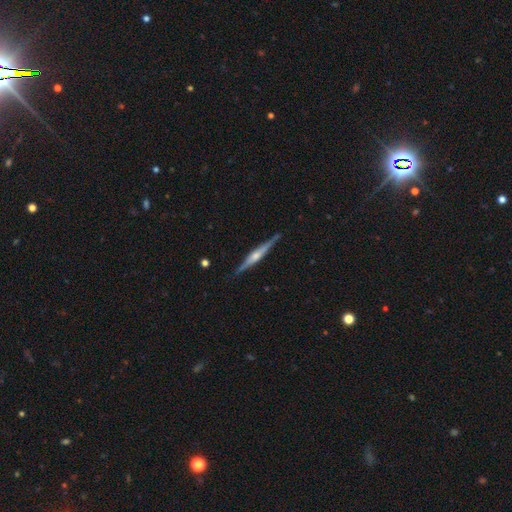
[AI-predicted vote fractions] Overall: featured or disk (74%). Edge-on disk: yes (98%). Edge-on bulge: rounded (72%). Merging: none (87%).